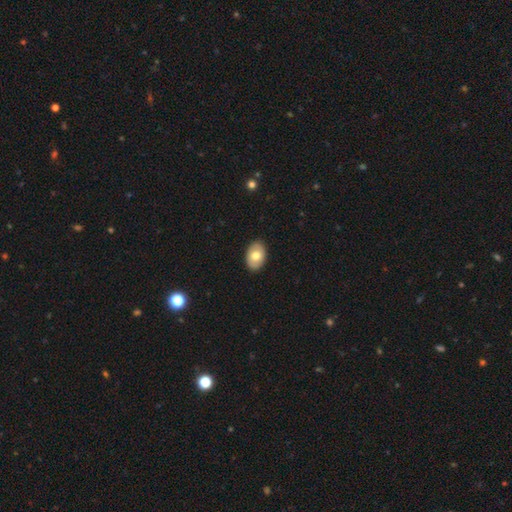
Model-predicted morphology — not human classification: Overall: smooth (69%). How rounded: in between (87%). Merging: none (89%).